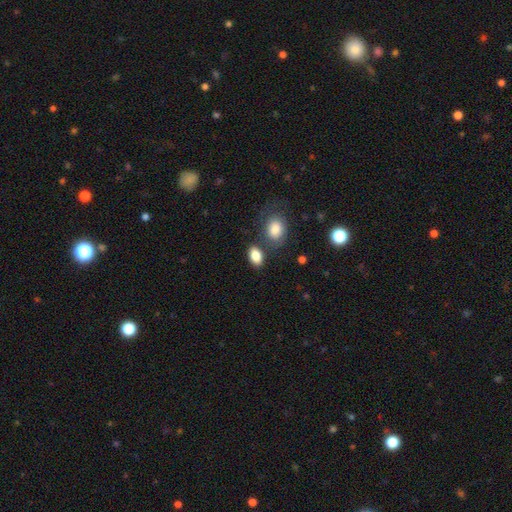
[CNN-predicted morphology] Smooth or featured? Predicted: smooth (p=0.86). How rounded? Predicted: in between (p=0.86). Merging? Predicted: none (p=0.68).